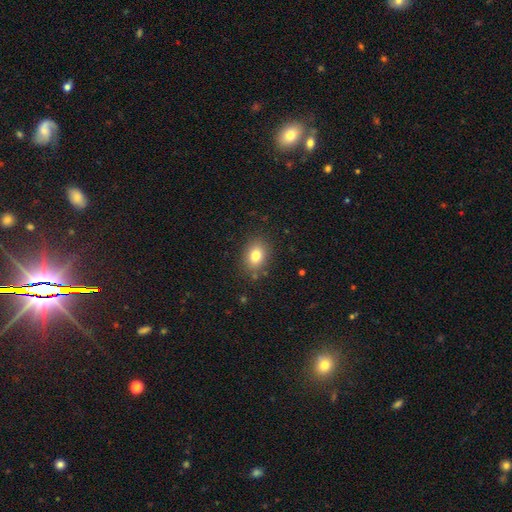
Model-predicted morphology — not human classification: This appears to be a smooth galaxy with no disk features (80%) that is in between round and cigar-shaped (64%). Merging: none (84%).